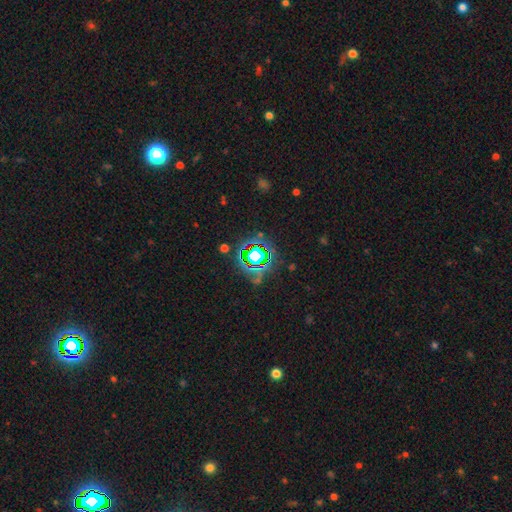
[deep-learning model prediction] Smooth or featured? star or artifact (69%)